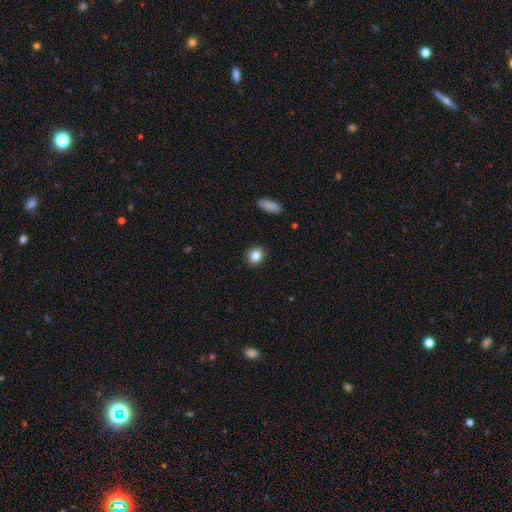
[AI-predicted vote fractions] This is clearly a smooth galaxy (84%). How rounded: likely round (75%). Merging: clearly none (90%).